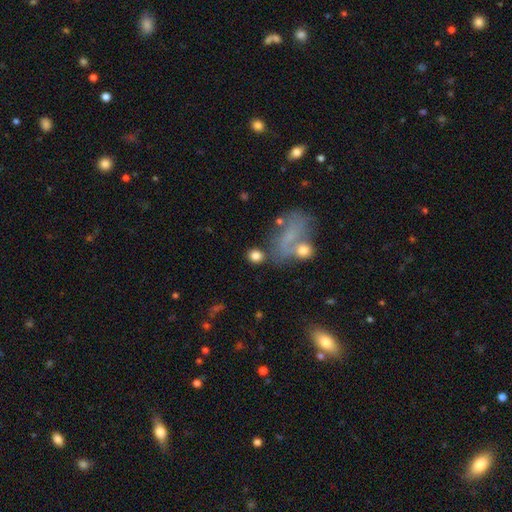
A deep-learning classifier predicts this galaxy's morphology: This is clearly a smooth galaxy (82%). How rounded: likely round (70%). Merging: likely none (68%).